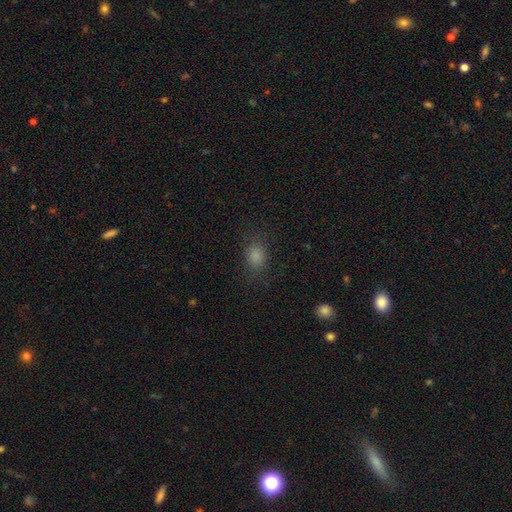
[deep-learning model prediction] Smooth or featured? smooth (75%)
How rounded? in between (50%)
Merging? none (80%)